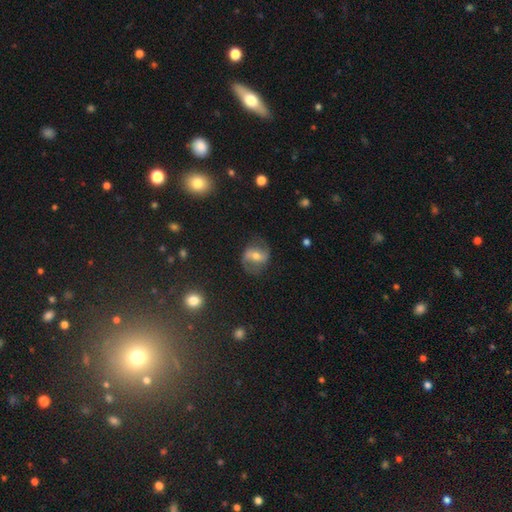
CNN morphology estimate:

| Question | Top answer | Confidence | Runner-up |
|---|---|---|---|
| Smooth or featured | featured or disk | 73% | smooth (18%) |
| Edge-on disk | no | 96% | yes (4%) |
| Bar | strong | 40% | weak (39%) |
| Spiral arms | yes | 88% | no (12%) |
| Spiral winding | medium | 48% | loose (35%) |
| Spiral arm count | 2 | 90% | can't tell (5%) |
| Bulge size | moderate | 62% | small (30%) |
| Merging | none | 75% | minor disturbance (15%) |